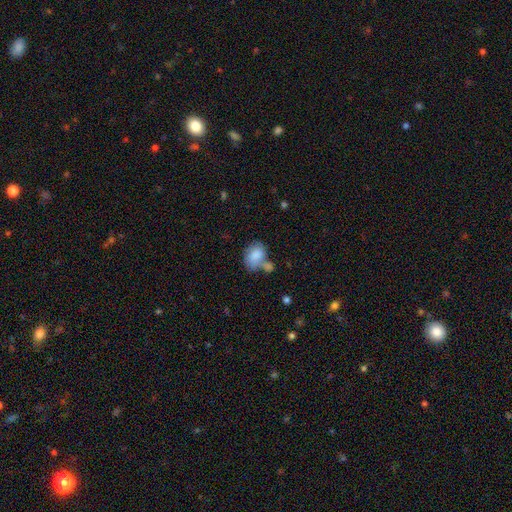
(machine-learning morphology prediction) Smooth or featured? smooth (78%)
How rounded? in between (72%)
Merging? merger (37%)